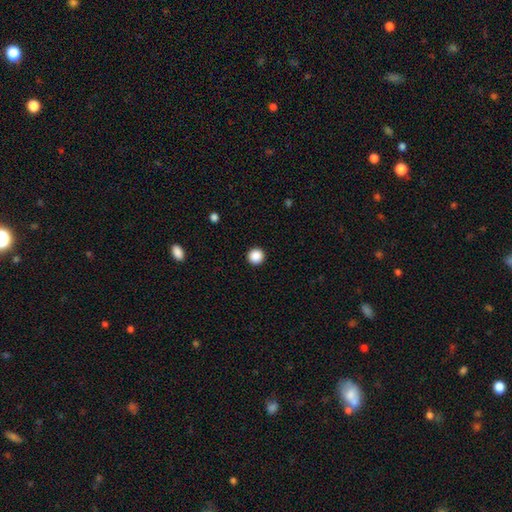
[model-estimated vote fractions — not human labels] smooth-or-featured: smooth: 88% | star or artifact: 9% | featured or disk: 2%
  how-rounded: round: 96% | in between: 3% | cigar-shaped: 1%
  merging: none: 94% | minor disturbance: 4% | major disturbance: 2% | merger: 1%